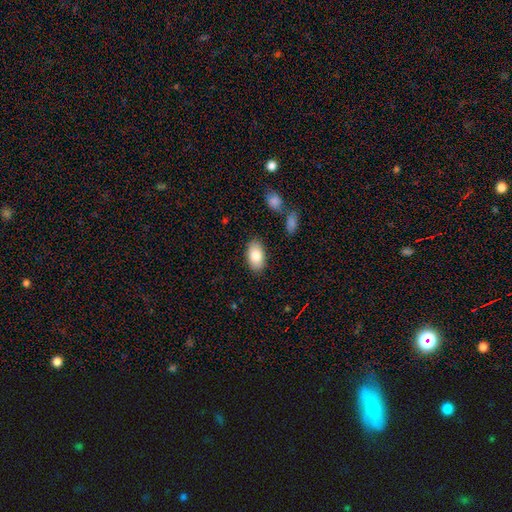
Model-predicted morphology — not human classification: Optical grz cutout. It shows a smooth galaxy with no disk features (84%) that is in between round and cigar-shaped (94%). Merging: none (86%).